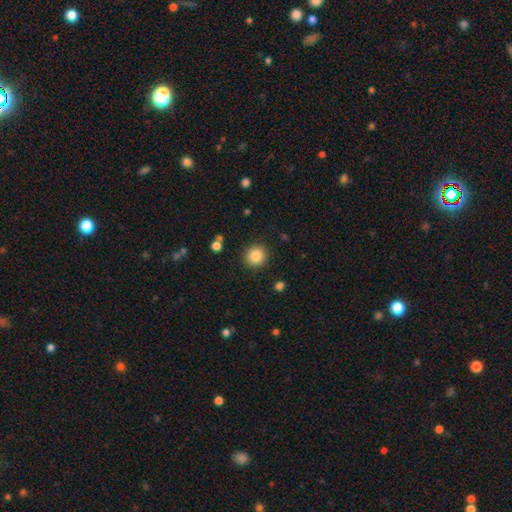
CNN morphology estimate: Smooth or featured: smooth — 86% (star or artifact — 10%)
How rounded: round — 93% (in between — 6%)
Merging: none — 90% (minor disturbance — 6%)